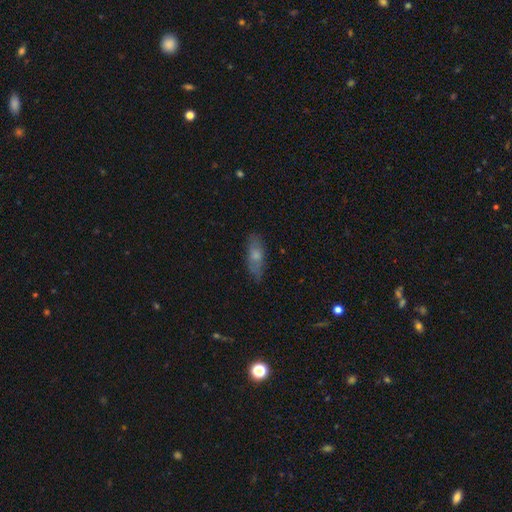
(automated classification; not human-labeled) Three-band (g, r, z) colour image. It shows a smooth galaxy with no disk features (65%) that is in between round and cigar-shaped (62%). Merging: none (77%).